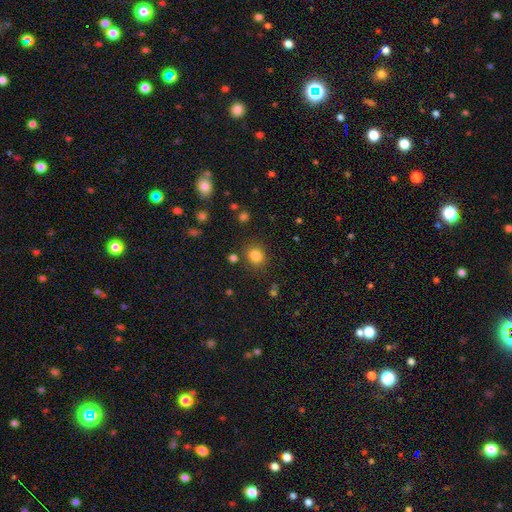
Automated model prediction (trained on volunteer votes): Q: Smooth or featured?
A: smooth (82%); runner-up: star or artifact (13%)
Q: How rounded?
A: round (75%); runner-up: in between (24%)
Q: Merging?
A: none (84%); runner-up: minor disturbance (9%)